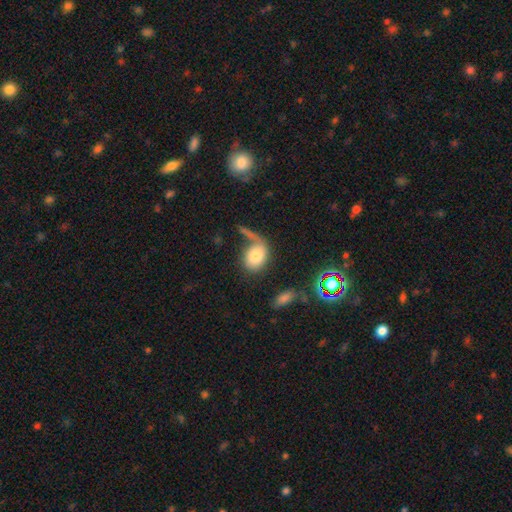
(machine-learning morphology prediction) smooth_or_featured: smooth (p=0.73) [alt: featured or disk p=0.19]
how_rounded: in between (p=0.66) [alt: round p=0.32]
merging: none (p=0.40) [alt: major disturbance p=0.25]